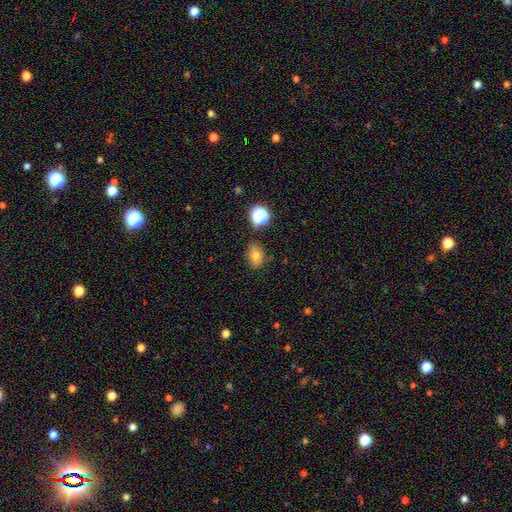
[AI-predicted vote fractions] smooth-or-featured: smooth: 74% | star or artifact: 15% | featured or disk: 11%
  how-rounded: in between: 72% | round: 26% | cigar-shaped: 2%
  merging: none: 77% | minor disturbance: 16% | merger: 4% | major disturbance: 4%